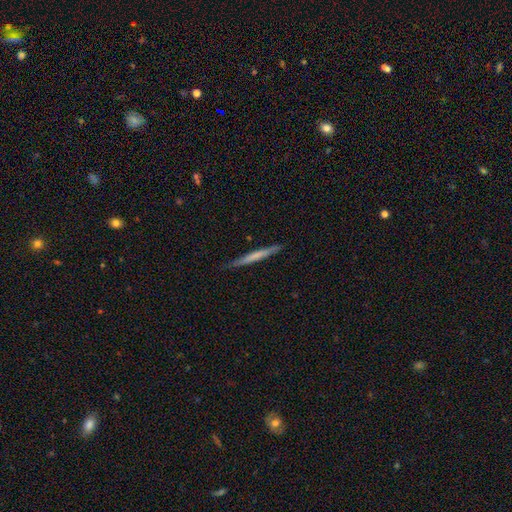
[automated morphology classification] Q: Smooth or featured?
A: smooth (55%); runner-up: featured or disk (40%)
Q: How rounded?
A: cigar-shaped (97%); runner-up: in between (2%)
Q: Merging?
A: none (88%); runner-up: minor disturbance (9%)